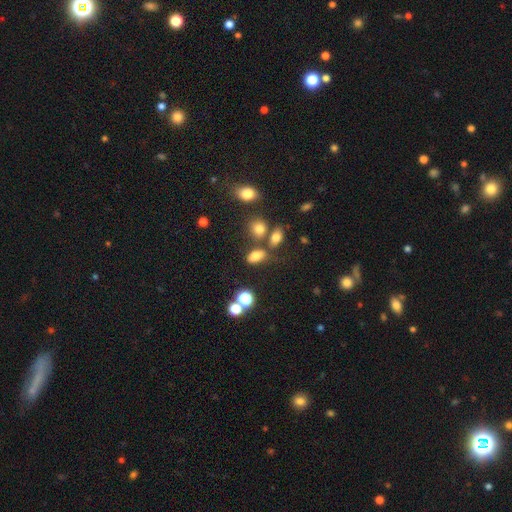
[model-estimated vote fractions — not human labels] The model was most divided on "merging": none: 64%, merger: 16%, minor disturbance: 14%, major disturbance: 6%. More confident: how rounded — in between (83%); smooth or featured — smooth (76%).